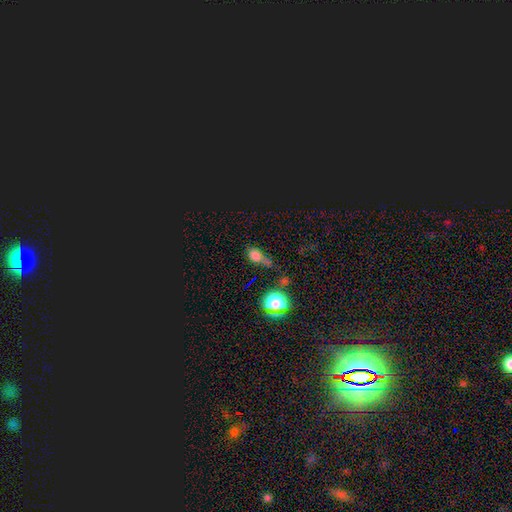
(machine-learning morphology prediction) Smooth or featured: smooth — 66% (star or artifact — 25%)
How rounded: in between — 52% (round — 43%)
Merging: none — 42% (minor disturbance — 22%)